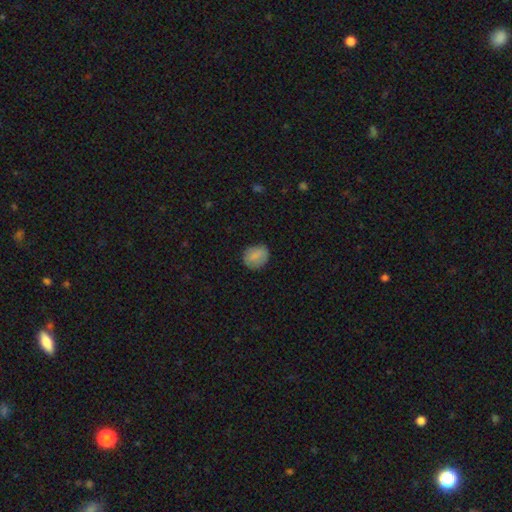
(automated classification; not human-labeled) Smooth or featured? smooth (79%)
How rounded? round (61%)
Merging? none (80%)